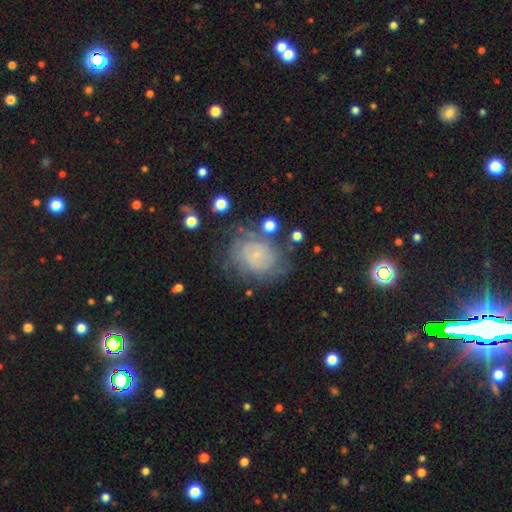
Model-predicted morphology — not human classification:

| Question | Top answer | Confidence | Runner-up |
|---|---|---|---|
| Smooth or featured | featured or disk | 55% | smooth (33%) |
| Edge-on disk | no | 97% | yes (3%) |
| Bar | no | 79% | weak (18%) |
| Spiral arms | yes | 81% | no (19%) |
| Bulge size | small | 77% | none (13%) |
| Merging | none | 62% | minor disturbance (20%) |